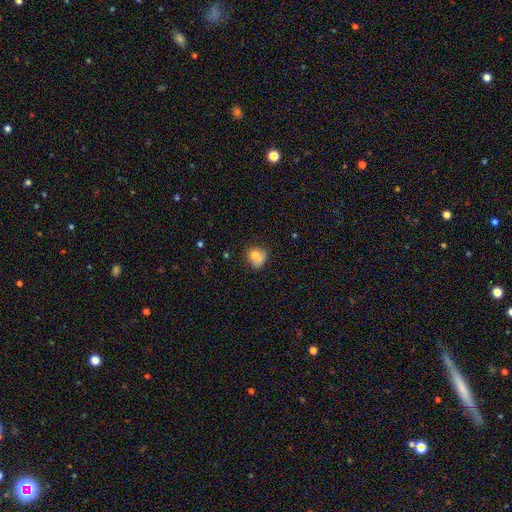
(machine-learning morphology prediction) A smooth galaxy with no disk features (75%) that is round (64%). Merging: none (45%).